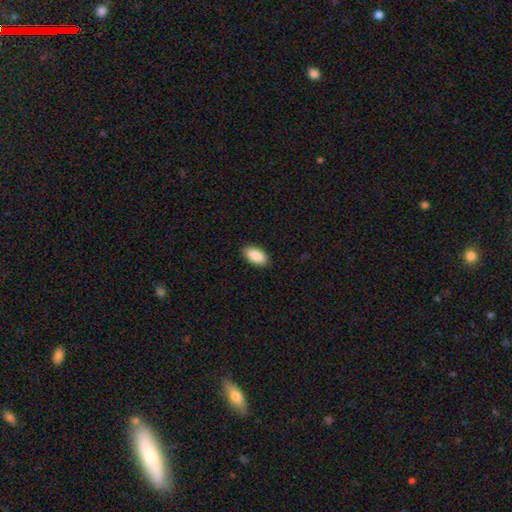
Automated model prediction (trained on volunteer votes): Q: Smooth or featured?
A: smooth (88%); runner-up: star or artifact (6%)
Q: How rounded?
A: in between (95%); runner-up: round (3%)
Q: Merging?
A: none (90%); runner-up: minor disturbance (7%)